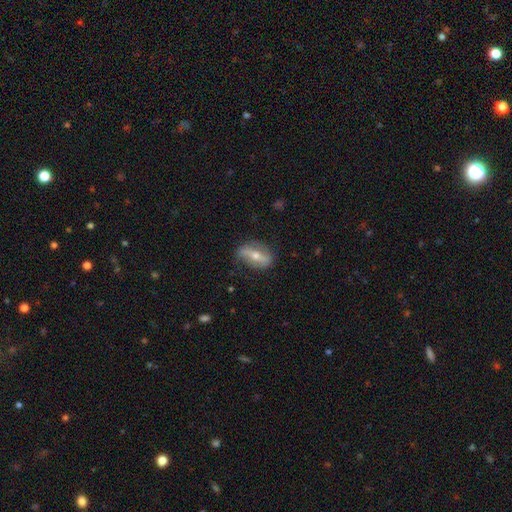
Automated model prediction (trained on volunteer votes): Smooth or featured? featured or disk (60%)
Edge-on disk? no (66%)
Merging? none (76%)